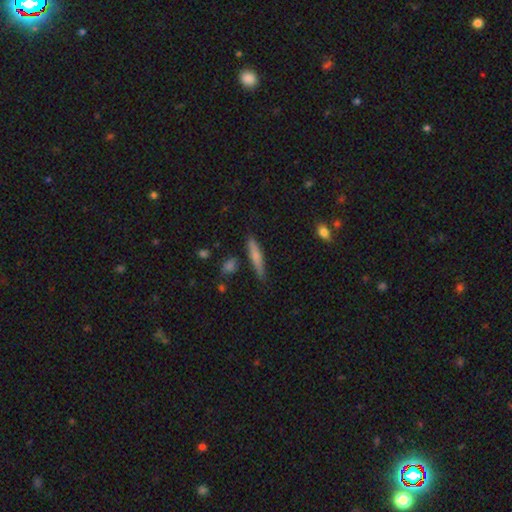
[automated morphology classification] type=smooth (66%); roundness=cigar-shaped (88%); merging=none (80%).